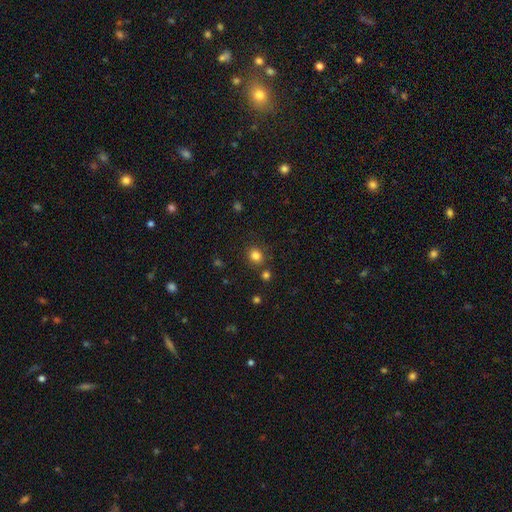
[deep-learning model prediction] Q: Smooth or featured?
A: smooth (81%); runner-up: star or artifact (14%)
Q: How rounded?
A: round (79%); runner-up: in between (20%)
Q: Merging?
A: none (80%); runner-up: minor disturbance (9%)